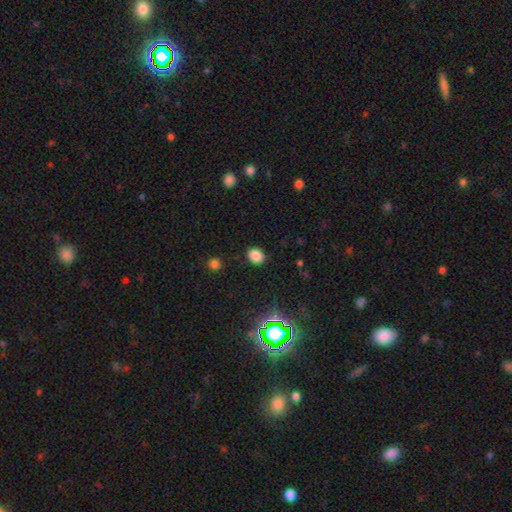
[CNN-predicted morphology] Q: Smooth or featured?
A: smooth (80%); runner-up: star or artifact (15%)
Q: How rounded?
A: in between (59%); runner-up: round (40%)
Q: Merging?
A: none (88%); runner-up: minor disturbance (8%)